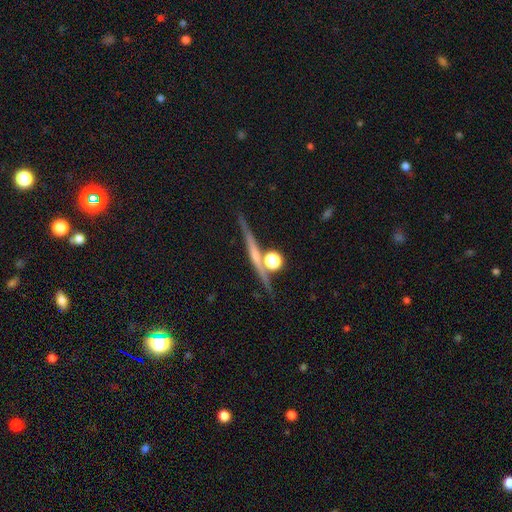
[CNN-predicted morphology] type=featured or disk (58%); edge-on=yes (92%); edge-on bulge=rounded (47%); merging=none (80%).